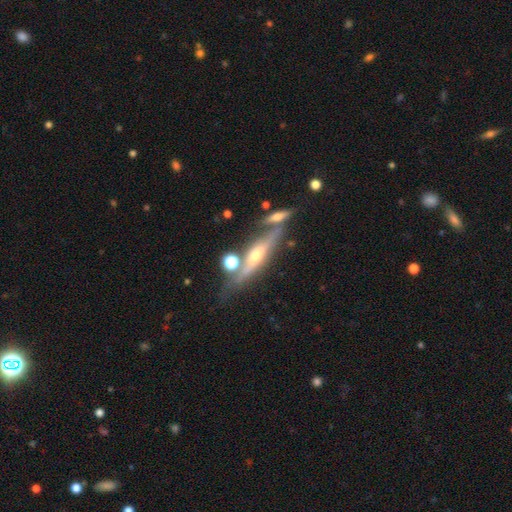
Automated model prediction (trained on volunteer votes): smooth_or_featured: featured or disk (p=0.72) [alt: smooth p=0.20]
disk_edge_on: yes (p=0.88) [alt: no p=0.12]
edge_on_bulge: rounded (p=0.86) [alt: none p=0.08]
merging: none (p=0.63) [alt: merger p=0.16]